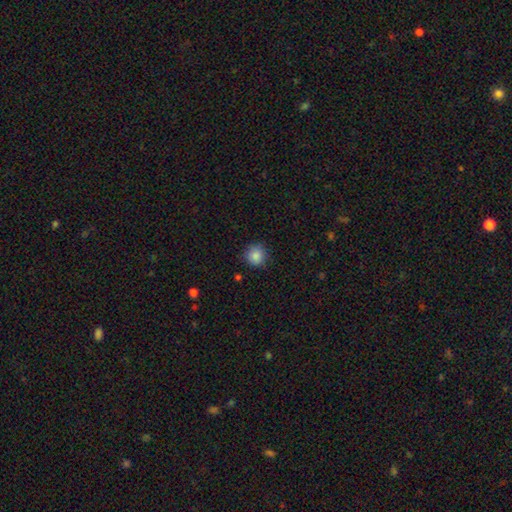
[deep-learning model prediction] smooth 86%, star or artifact 10%, featured or disk 4%. Down the decision tree: how rounded — round (93%); merging — none (87%).